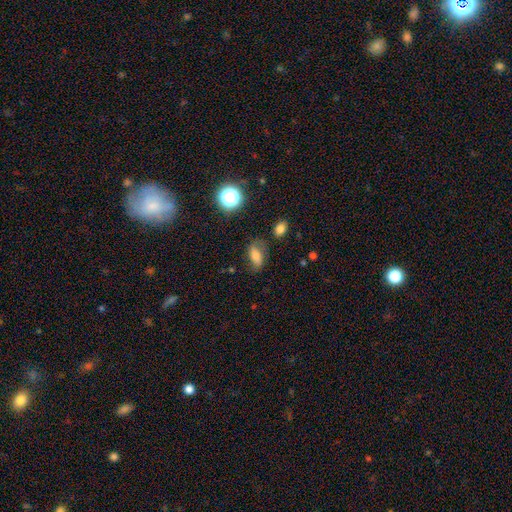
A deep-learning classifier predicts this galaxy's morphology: Smooth or featured? Predicted: smooth (p=0.62). How rounded? Predicted: in between (p=0.84). Merging? Predicted: none (p=0.64).